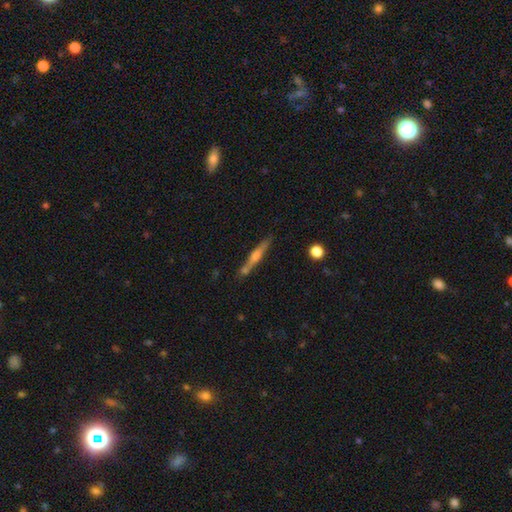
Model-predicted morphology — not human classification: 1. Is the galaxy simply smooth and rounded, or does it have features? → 64% featured or disk, 30% smooth, 7% star or artifact.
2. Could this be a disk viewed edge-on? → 96% yes, 4% no.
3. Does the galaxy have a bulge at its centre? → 77% rounded, 12% none, 11% boxy.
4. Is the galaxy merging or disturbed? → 76% none, 13% minor disturbance, 8% merger, 3% major disturbance.